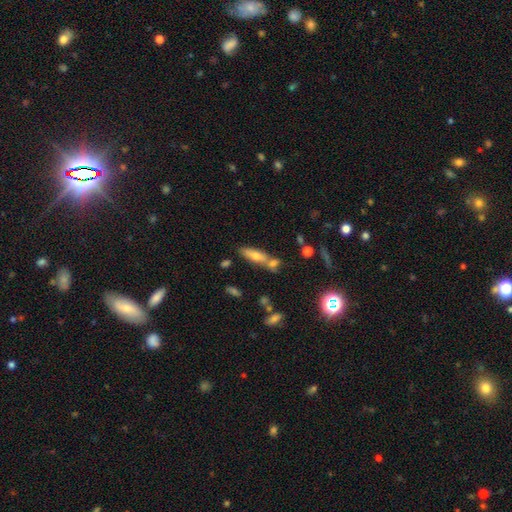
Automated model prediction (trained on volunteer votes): Morphology: type=smooth (60%); roundness=cigar-shaped (56%); merging=none (52%).